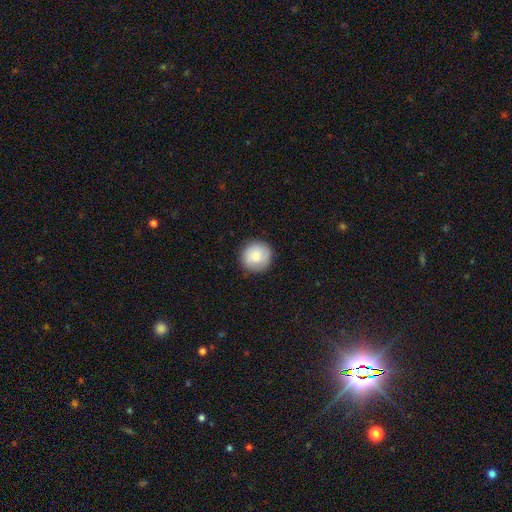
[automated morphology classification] smooth-or-featured: smooth: 81% | featured or disk: 12% | star or artifact: 7%
  how-rounded: round: 93% | in between: 6% | cigar-shaped: 1%
  merging: none: 88% | minor disturbance: 9% | major disturbance: 2% | merger: 1%